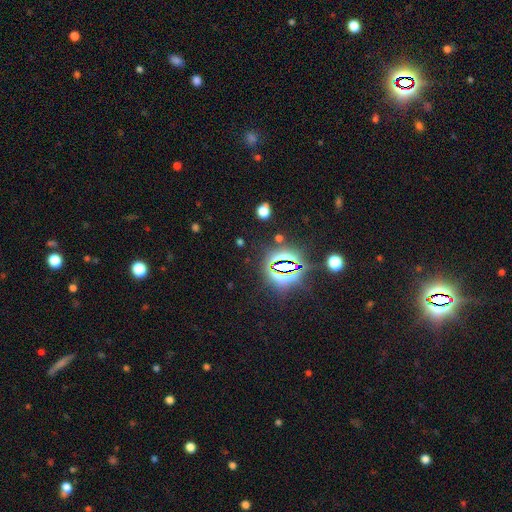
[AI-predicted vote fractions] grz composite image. It shows a star or artifact, not a galaxy (83%).